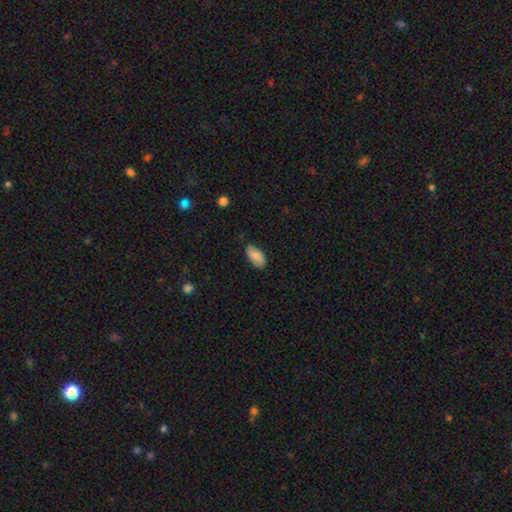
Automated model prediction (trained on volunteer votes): Smooth or featured: smooth — 82% (featured or disk — 12%)
How rounded: in between — 93% (cigar-shaped — 4%)
Merging: none — 74% (minor disturbance — 22%)